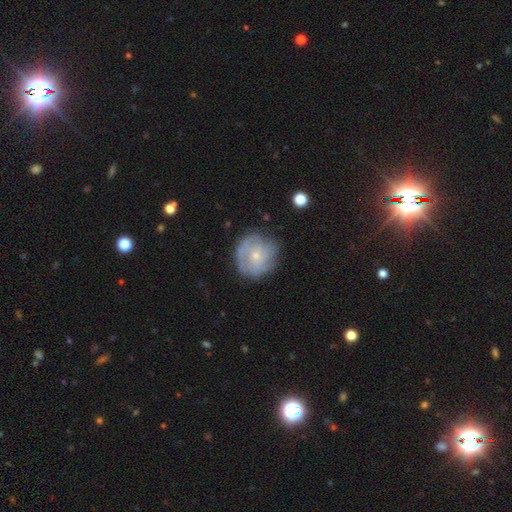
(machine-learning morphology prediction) featured or disk 63%, smooth 29%, star or artifact 7%. Down the decision tree: edge-on disk — no (97%); bar — no (76%); spiral arms — yes (73%); bulge size — small (72%); merging — none (71%).